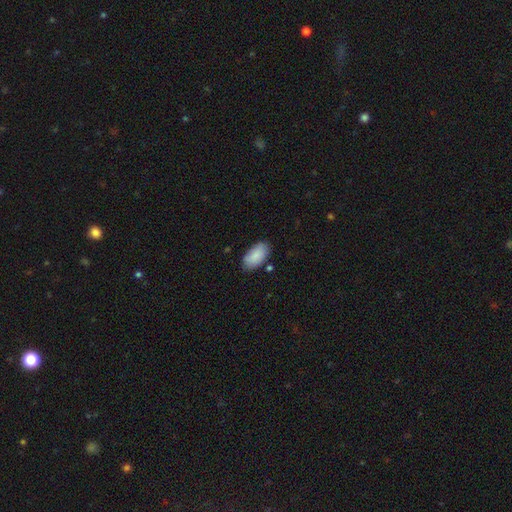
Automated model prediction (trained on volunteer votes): smooth 87%, featured or disk 7%, star or artifact 6%. Down the decision tree: how rounded — in between (95%); merging — none (79%).